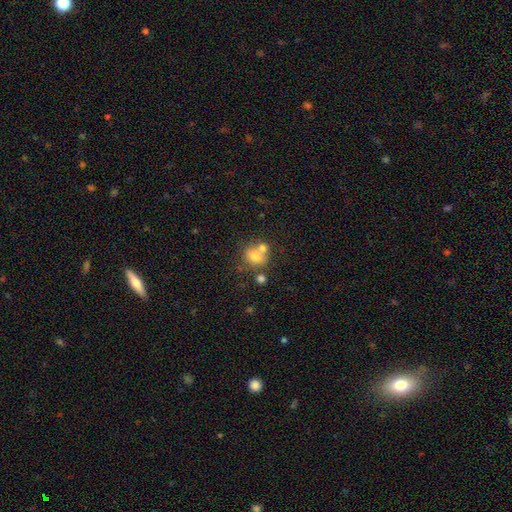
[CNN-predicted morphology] Smooth or featured? smooth (69%)
How rounded? round (67%)
Merging? none (42%, tied with merger)